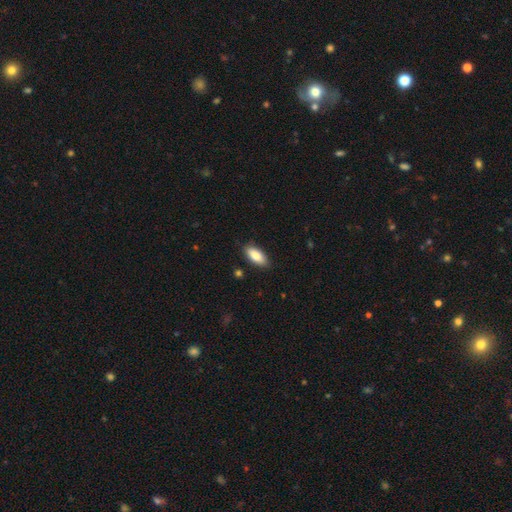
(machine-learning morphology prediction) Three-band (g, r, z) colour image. It shows a smooth galaxy with no disk features (85%) that is in between round and cigar-shaped (86%). Merging: none (86%).